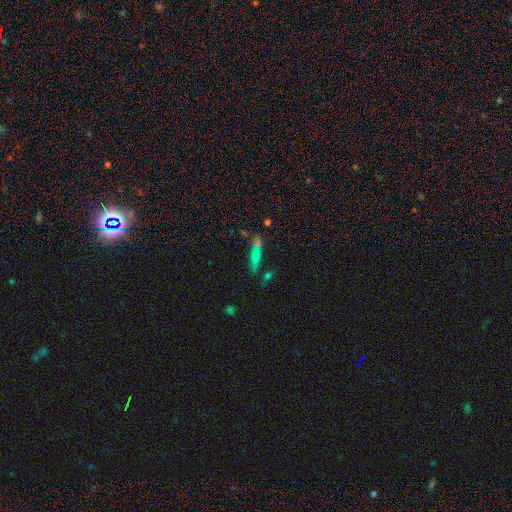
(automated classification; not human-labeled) smooth 62%, featured or disk 23%, star or artifact 16%. Down the decision tree: how rounded — cigar-shaped (73%); merging — none (58%).